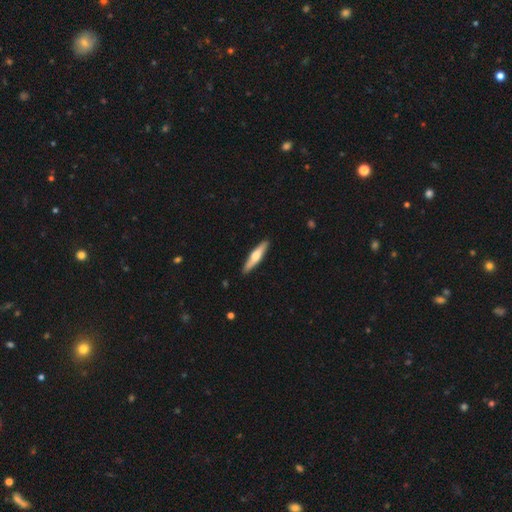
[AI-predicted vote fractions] A smooth galaxy with no disk features (50%).

Vote fractions:
- Smooth or featured? smooth: 50% / featured or disk: 46% / star or artifact: 5%
- Merging? none: 90% / minor disturbance: 7% / major disturbance: 1% / merger: 1%